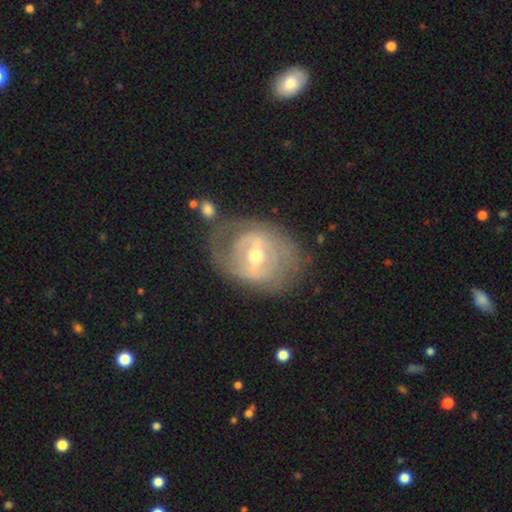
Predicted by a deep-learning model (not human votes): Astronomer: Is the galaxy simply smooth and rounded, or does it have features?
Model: featured or disk — 79%.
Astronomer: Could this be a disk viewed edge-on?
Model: no — 95%.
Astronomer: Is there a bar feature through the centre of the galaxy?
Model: weak — 44% (runner-up: strong, 39%).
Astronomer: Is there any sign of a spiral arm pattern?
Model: yes — 70%.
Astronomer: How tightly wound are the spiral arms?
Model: tight — 57%.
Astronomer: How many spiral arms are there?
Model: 2 — 45% (runner-up: can't tell, 37%).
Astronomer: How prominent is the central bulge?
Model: moderate — 61%.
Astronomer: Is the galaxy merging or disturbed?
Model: none — 64%.